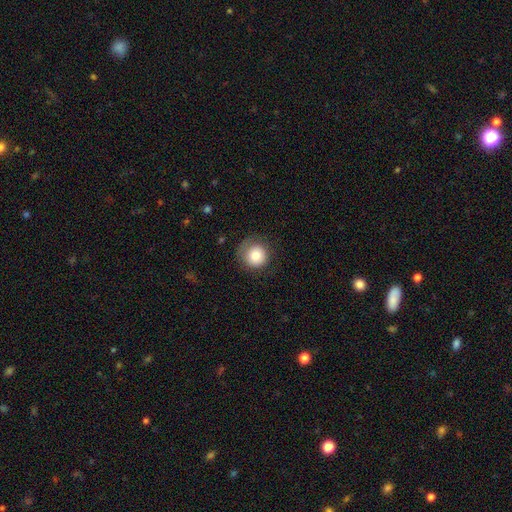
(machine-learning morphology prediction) Smooth or featured?
  - smooth: 80% *
  - featured or disk: 12%
  - star or artifact: 9%
How rounded?
  - round: 92% *
  - in between: 7%
  - cigar-shaped: 1%
Merging?
  - none: 72% *
  - minor disturbance: 18%
  - major disturbance: 9%
  - merger: 1%